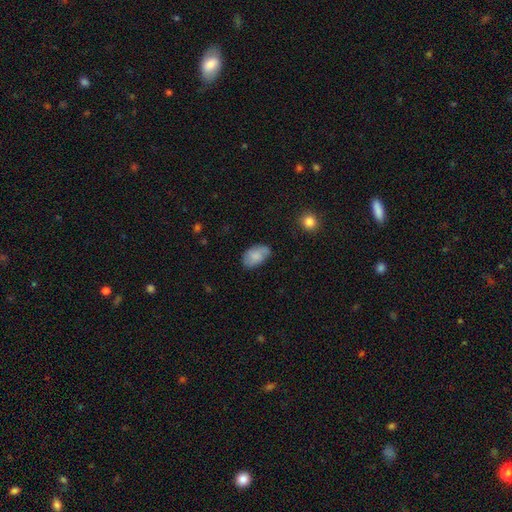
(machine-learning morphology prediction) smooth-or-featured: smooth: 78% | featured or disk: 15% | star or artifact: 7%
  how-rounded: in between: 92% | round: 6% | cigar-shaped: 1%
  merging: none: 70% | minor disturbance: 23% | major disturbance: 5% | merger: 2%